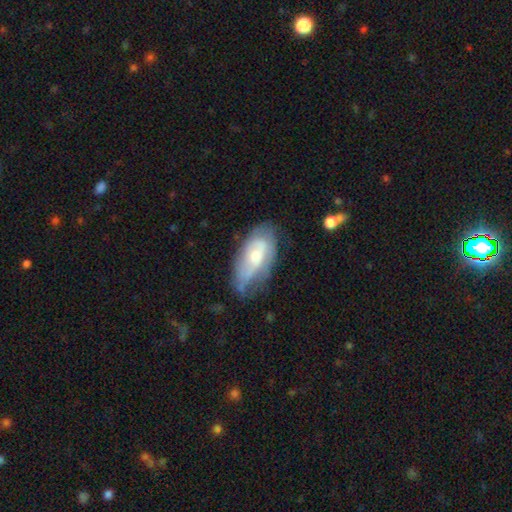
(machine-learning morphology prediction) A featured or disk galaxy (50%).

Vote fractions:
- Smooth or featured? featured or disk: 50% / smooth: 44% / star or artifact: 7%
- Merging? none: 47% / minor disturbance: 34% / major disturbance: 16% / merger: 3%